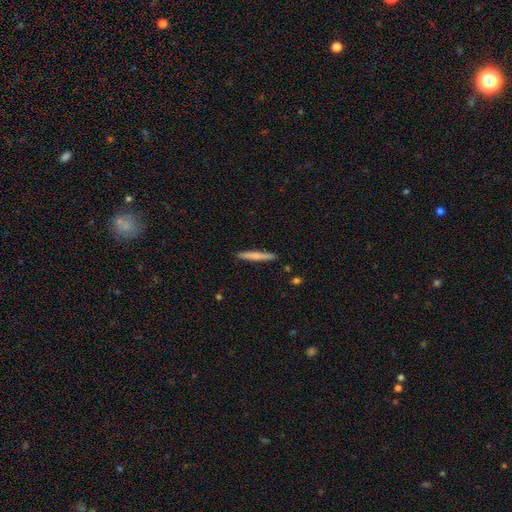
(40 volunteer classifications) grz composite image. It shows a smooth galaxy with no disk features (62%) that is cigar-shaped (96%). Merging: none (89%).